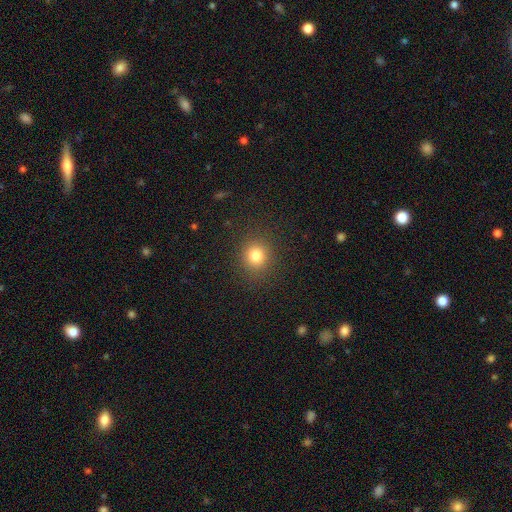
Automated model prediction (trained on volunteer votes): Q: Smooth or featured?
A: smooth (81%); runner-up: star or artifact (13%)
Q: How rounded?
A: round (87%); runner-up: in between (12%)
Q: Merging?
A: none (89%); runner-up: minor disturbance (7%)